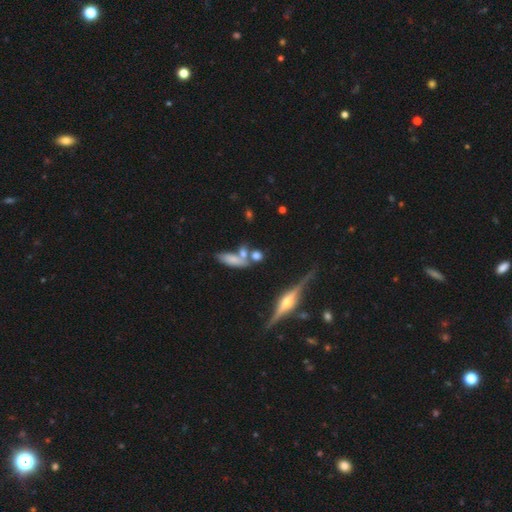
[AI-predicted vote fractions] smooth 60%, featured or disk 27%, star or artifact 14%. Down the decision tree: how rounded — round (42%); merging — none (52%).